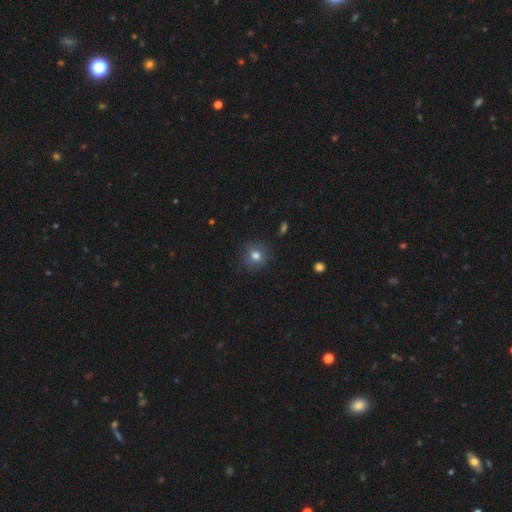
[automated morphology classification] A smooth galaxy with no disk features (78%) that is round (84%).

Vote fractions:
- Smooth or featured? smooth: 78% / star or artifact: 12% / featured or disk: 10%
- How rounded? round: 84% / in between: 15% / cigar-shaped: 1%
- Merging? none: 84% / minor disturbance: 12% / major disturbance: 3% / merger: 1%